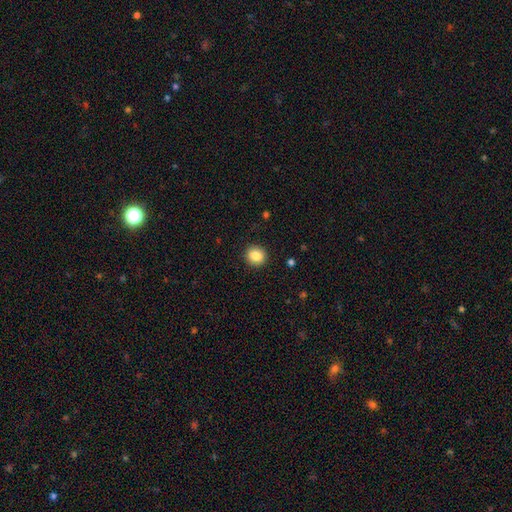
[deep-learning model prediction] smooth_or_featured: smooth (p=0.86) [alt: star or artifact p=0.09]
how_rounded: round (p=0.83) [alt: in between p=0.16]
merging: none (p=0.91) [alt: minor disturbance p=0.06]